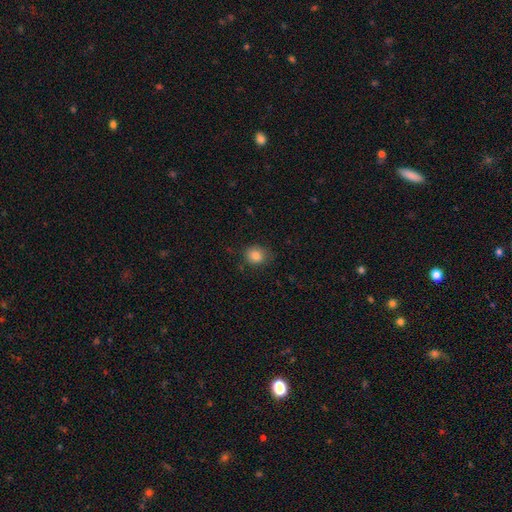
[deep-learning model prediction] smooth-or-featured: smooth: 83% | star or artifact: 11% | featured or disk: 7%
  how-rounded: round: 70% | in between: 29% | cigar-shaped: 1%
  merging: none: 77% | minor disturbance: 17% | major disturbance: 4% | merger: 1%